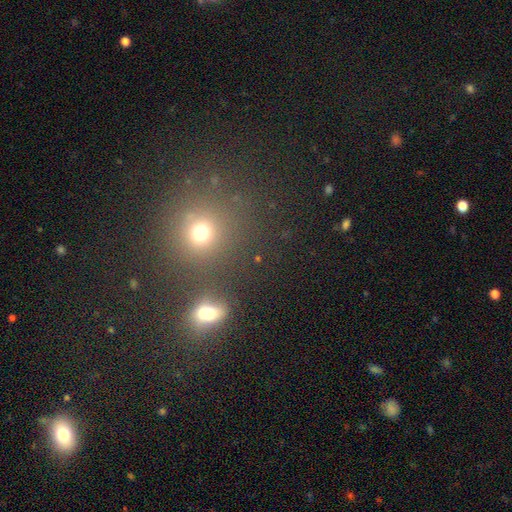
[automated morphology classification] smooth 56%, star or artifact 35%, featured or disk 9%. Down the decision tree: how rounded — round (79%); merging — none (66%).